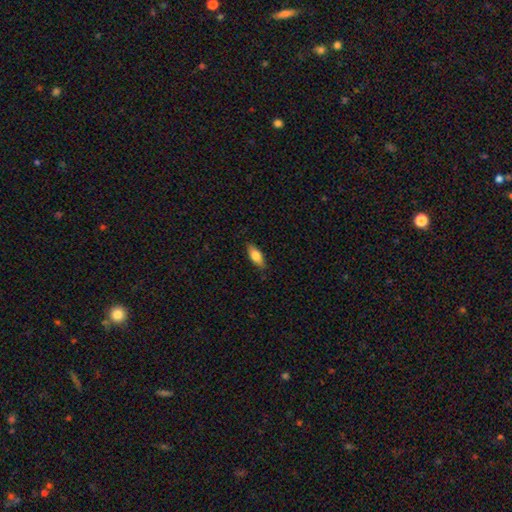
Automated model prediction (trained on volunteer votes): A smooth galaxy with no disk features (74%) that is in between round and cigar-shaped (73%).

Vote fractions:
- Smooth or featured? smooth: 74% / featured or disk: 19% / star or artifact: 6%
- How rounded? in between: 73% / cigar-shaped: 25% / round: 3%
- Merging? none: 85% / minor disturbance: 12% / major disturbance: 2% / merger: 1%